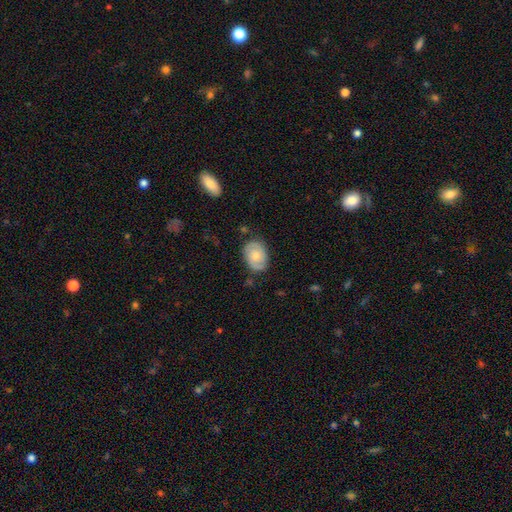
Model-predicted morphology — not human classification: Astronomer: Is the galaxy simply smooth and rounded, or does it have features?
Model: smooth — 47% (runner-up: featured or disk, 46%).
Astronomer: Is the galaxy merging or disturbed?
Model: none — 73%.